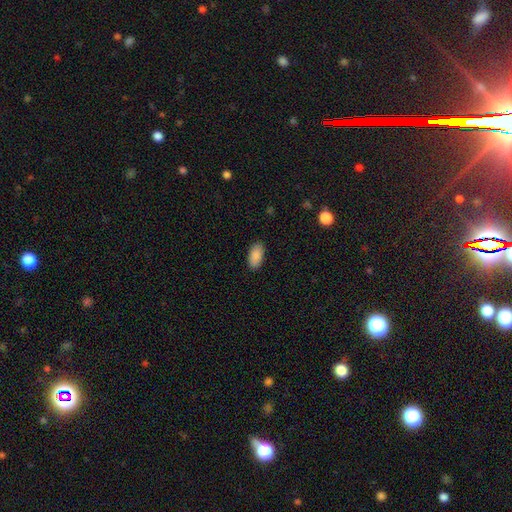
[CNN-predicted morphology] Smooth or featured? Predicted: smooth (p=0.89). How rounded? Predicted: in between (p=0.95). Merging? Predicted: none (p=0.89).